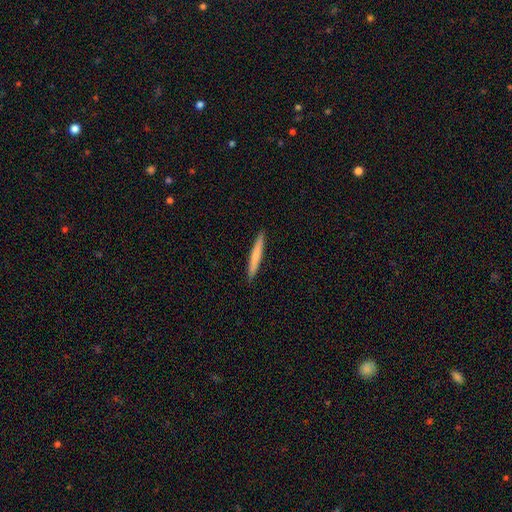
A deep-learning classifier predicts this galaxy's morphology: The model was most divided on "smooth or featured": smooth: 71%, featured or disk: 24%, star or artifact: 5%. More confident: how rounded — cigar-shaped (96%); merging — none (92%).